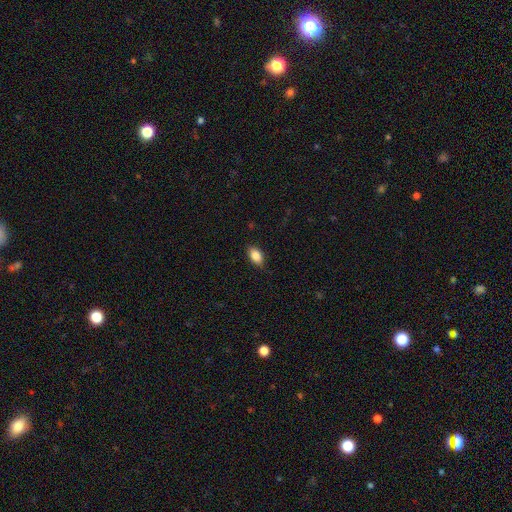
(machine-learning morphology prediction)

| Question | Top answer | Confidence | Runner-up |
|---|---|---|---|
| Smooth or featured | smooth | 85% | star or artifact (8%) |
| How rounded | in between | 89% | round (7%) |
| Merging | none | 82% | minor disturbance (15%) |